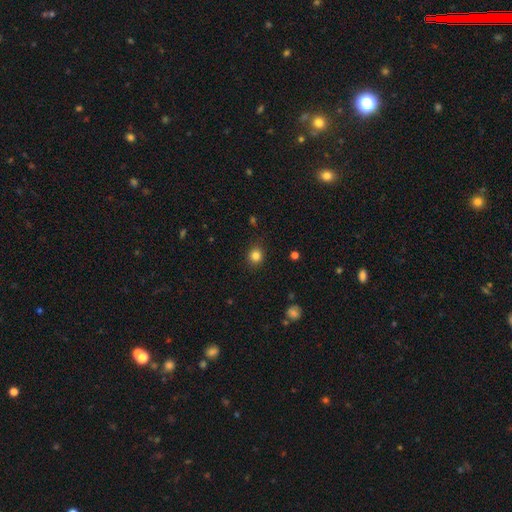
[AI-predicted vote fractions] This appears to be a smooth galaxy with no disk features (83%) that is round (83%). Merging: none (88%).